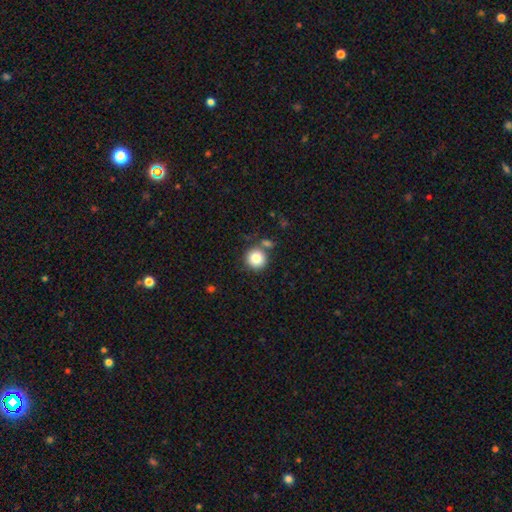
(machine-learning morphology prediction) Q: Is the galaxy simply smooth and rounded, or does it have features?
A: smooth — 83%.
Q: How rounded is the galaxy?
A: round — 94%.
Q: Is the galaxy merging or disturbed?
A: none — 74%.